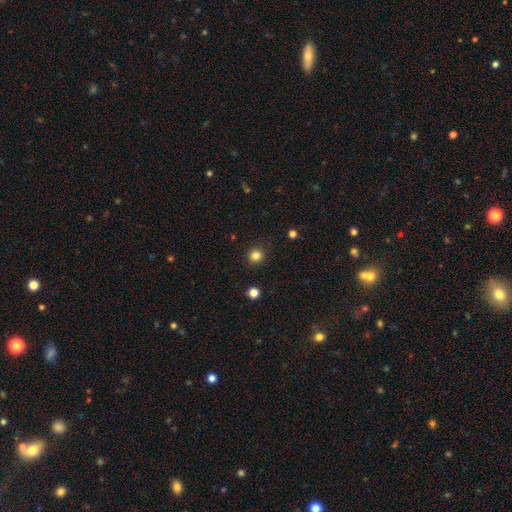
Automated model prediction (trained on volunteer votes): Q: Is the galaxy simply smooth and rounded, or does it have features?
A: smooth — 83%.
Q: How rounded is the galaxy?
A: round — 91%.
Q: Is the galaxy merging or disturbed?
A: none — 89%.